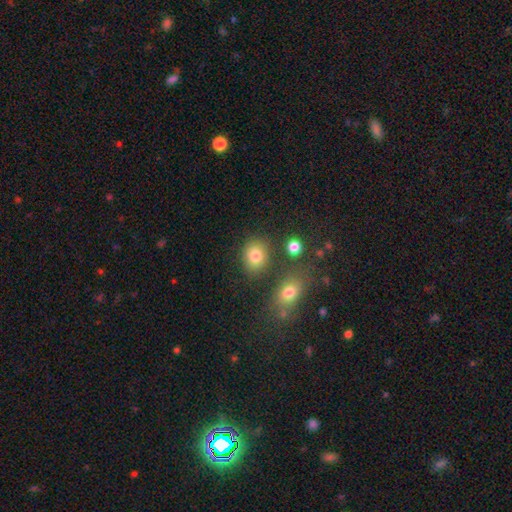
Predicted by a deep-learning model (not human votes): A smooth galaxy with no disk features (81%) that is round (55%).

Vote fractions:
- Smooth or featured? smooth: 81% / star or artifact: 12% / featured or disk: 7%
- How rounded? round: 55% / in between: 43% / cigar-shaped: 1%
- Merging? none: 76% / minor disturbance: 12% / merger: 8% / major disturbance: 4%